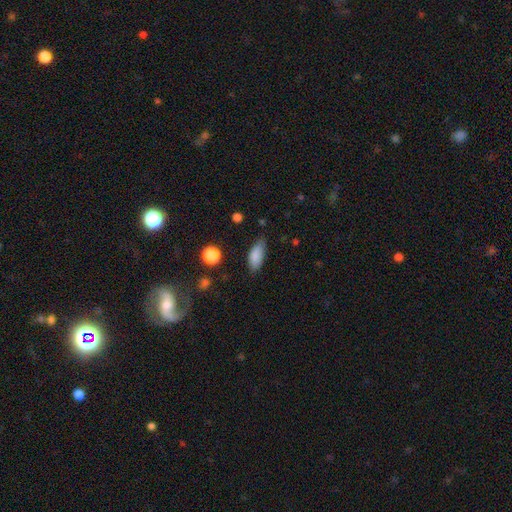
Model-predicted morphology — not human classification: Overall: smooth (85%). How rounded: in between (83%). Merging: none (70%).